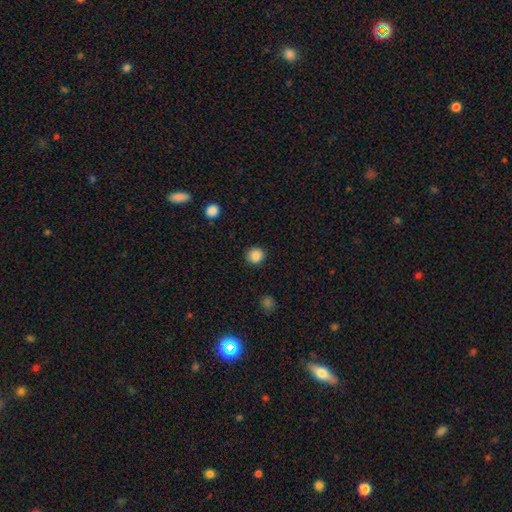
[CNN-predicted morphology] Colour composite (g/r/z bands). It shows a smooth galaxy with no disk features (87%) that is round (90%). Merging: none (90%).